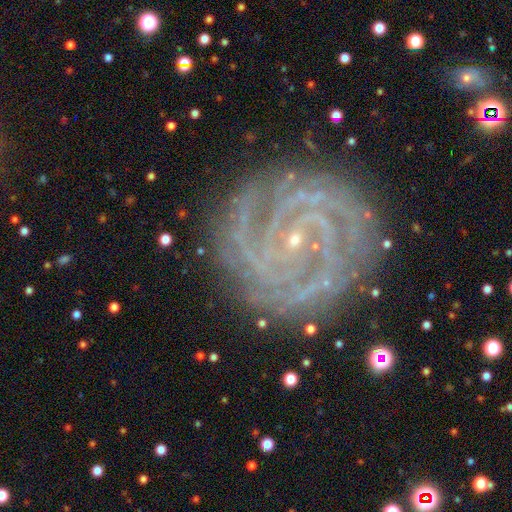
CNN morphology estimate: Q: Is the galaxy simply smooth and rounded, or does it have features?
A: featured or disk — 89%.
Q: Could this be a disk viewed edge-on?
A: no — 98%.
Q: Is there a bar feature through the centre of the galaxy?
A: no — 52%.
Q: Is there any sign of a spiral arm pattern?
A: yes — 99%.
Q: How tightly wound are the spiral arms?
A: tight — 82%.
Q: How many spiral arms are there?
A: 3 — 22%, tied with 4.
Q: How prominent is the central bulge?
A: small — 87%.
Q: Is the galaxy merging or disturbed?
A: none — 81%.